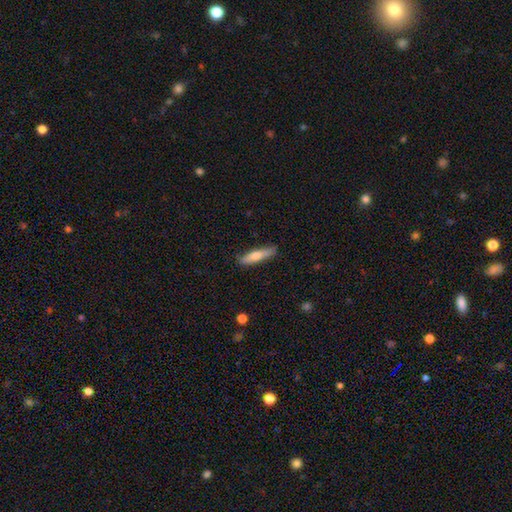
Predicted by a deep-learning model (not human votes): Smooth or featured? Predicted: smooth (p=0.66). How rounded? Predicted: cigar-shaped (p=0.79). Merging? Predicted: none (p=0.84).